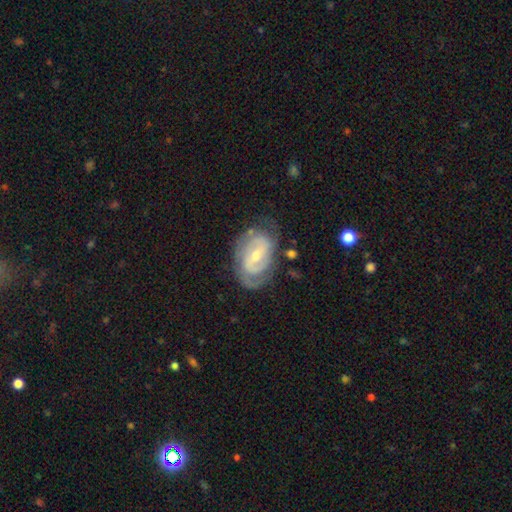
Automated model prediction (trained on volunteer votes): Smooth or featured: featured or disk — 82% (smooth — 13%)
Edge-on disk: no — 96% (yes — 4%)
Bar: weak — 50% (no — 28%)
Spiral arms: yes — 91% (no — 9%)
Spiral winding: tight — 53% (medium — 36%)
Spiral arm count: 2 — 58% (can't tell — 22%)
Bulge size: small — 50% (moderate — 46%)
Merging: none — 66% (minor disturbance — 22%)